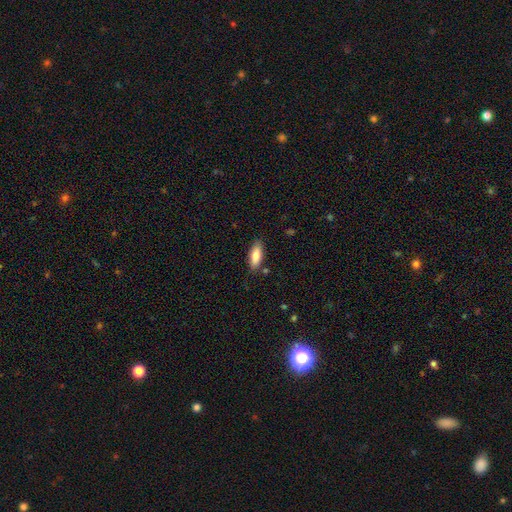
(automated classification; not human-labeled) Smooth or featured? Predicted: smooth (p=0.80). How rounded? Predicted: in between (p=0.71). Merging? Predicted: none (p=0.84).